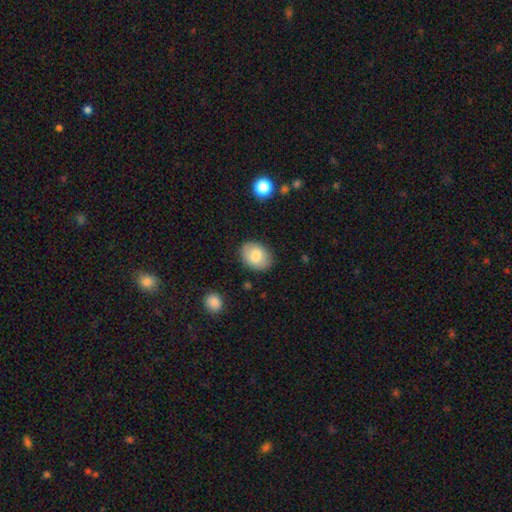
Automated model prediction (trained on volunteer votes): A smooth galaxy with no disk features (79%) that is in between round and cigar-shaped (73%). Merging: none (84%).